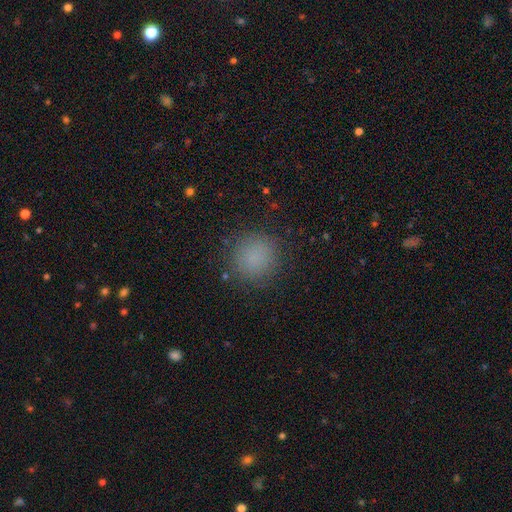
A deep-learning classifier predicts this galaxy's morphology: Smooth or featured? smooth (83%)
How rounded? round (92%)
Merging? none (88%)